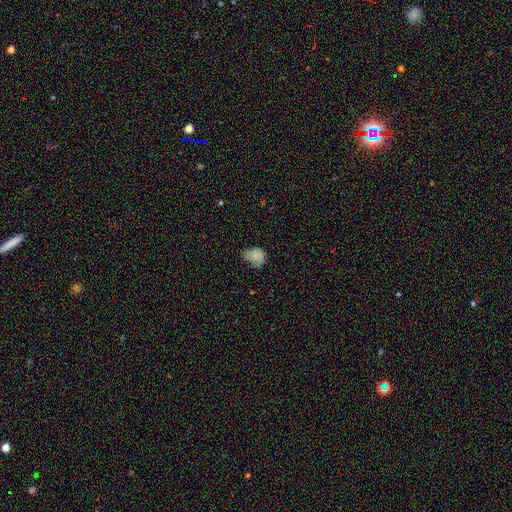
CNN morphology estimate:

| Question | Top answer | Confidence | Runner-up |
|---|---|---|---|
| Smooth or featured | smooth | 63% | featured or disk (25%) |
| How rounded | round | 51% | in between (48%) |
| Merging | none | 44% | minor disturbance (35%) |